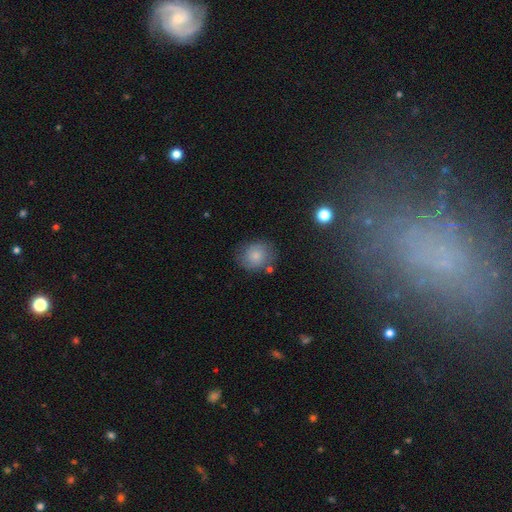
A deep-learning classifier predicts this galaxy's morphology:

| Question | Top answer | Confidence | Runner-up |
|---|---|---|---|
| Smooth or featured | smooth | 76% | featured or disk (15%) |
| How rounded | round | 71% | in between (28%) |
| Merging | none | 72% | minor disturbance (18%) |